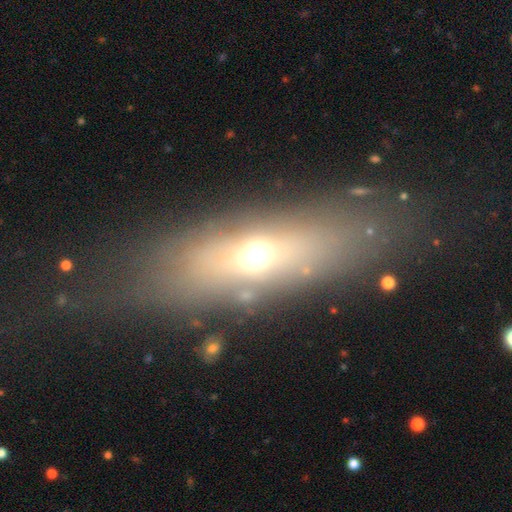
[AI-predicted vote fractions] Smooth or featured? Predicted: smooth (p=0.49). Merging? Predicted: none (p=0.68).